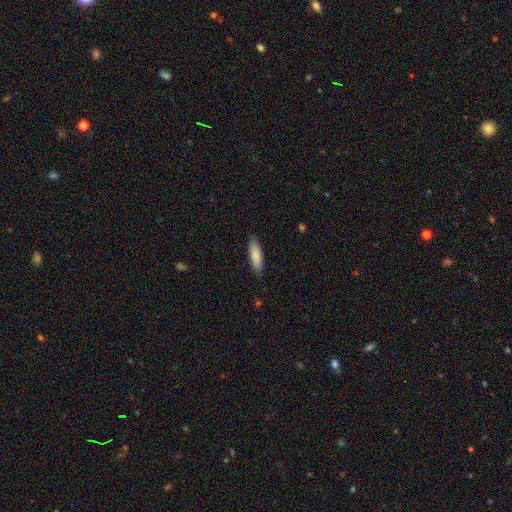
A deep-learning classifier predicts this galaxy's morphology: smooth_or_featured: smooth (p=0.86) [alt: featured or disk p=0.09]
how_rounded: cigar-shaped (p=0.56) [alt: in between p=0.43]
merging: none (p=0.88) [alt: minor disturbance p=0.10]